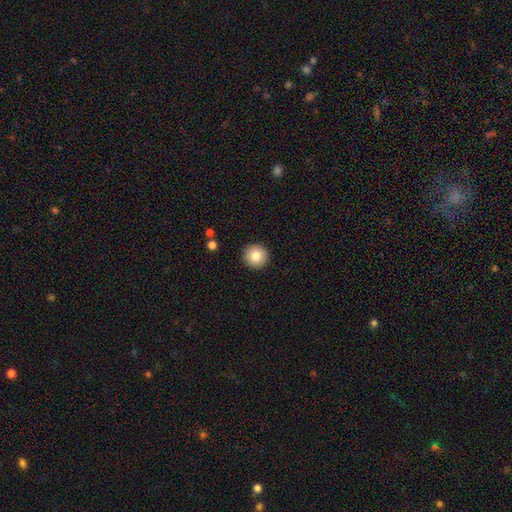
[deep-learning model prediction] The model was most divided on "smooth or featured": smooth: 81%, featured or disk: 10%, star or artifact: 10%. More confident: how rounded — round (95%); merging — none (93%).